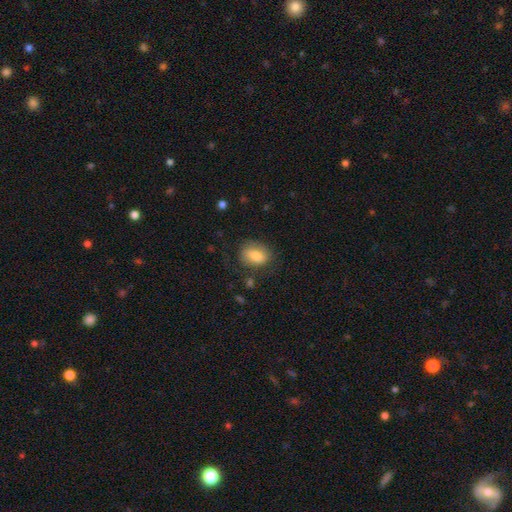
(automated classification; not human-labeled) A smooth galaxy with no disk features (78%) that is in between round and cigar-shaped (78%).

Vote fractions:
- Smooth or featured? smooth: 78% / featured or disk: 14% / star or artifact: 8%
- How rounded? in between: 78% / round: 20% / cigar-shaped: 2%
- Merging? none: 73% / minor disturbance: 19% / major disturbance: 7% / merger: 2%